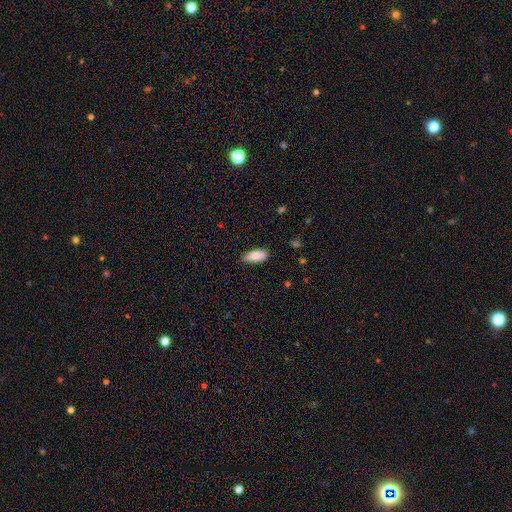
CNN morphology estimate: The model was most divided on "merging": none: 80%, minor disturbance: 16%, major disturbance: 2%, merger: 1%. More confident: how rounded — in between (89%); smooth or featured — smooth (80%).